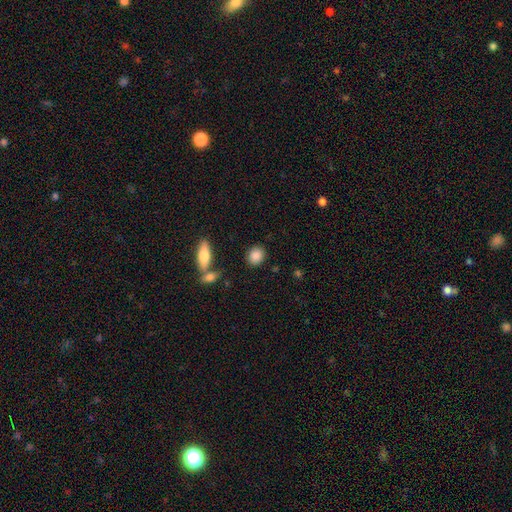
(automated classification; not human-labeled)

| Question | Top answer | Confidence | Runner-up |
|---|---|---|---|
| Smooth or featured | smooth | 88% | star or artifact (7%) |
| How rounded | round | 65% | in between (33%) |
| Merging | none | 85% | minor disturbance (8%) |